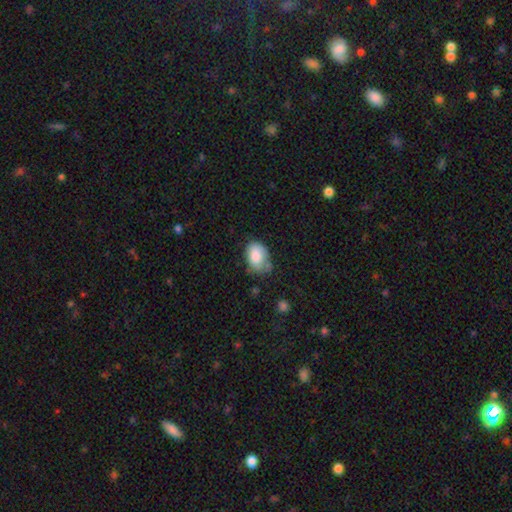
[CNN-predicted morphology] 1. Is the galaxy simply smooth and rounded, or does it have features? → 83% smooth, 10% featured or disk, 7% star or artifact.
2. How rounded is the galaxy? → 81% in between, 18% round, 1% cigar-shaped.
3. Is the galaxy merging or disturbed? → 49% none, 35% minor disturbance, 10% major disturbance, 6% merger.